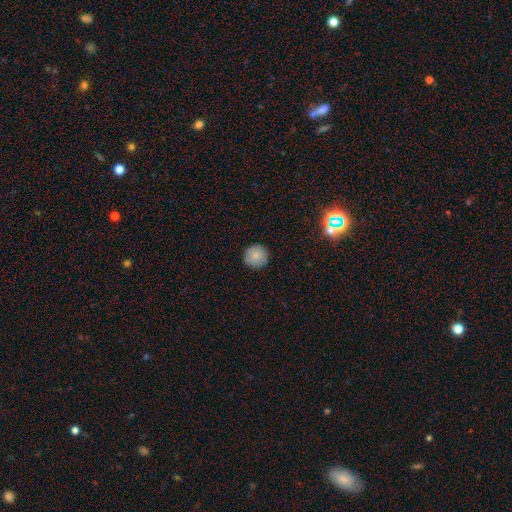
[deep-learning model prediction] Smooth or featured?
  - smooth: 85% *
  - star or artifact: 8%
  - featured or disk: 7%
How rounded?
  - round: 95% *
  - in between: 4%
  - cigar-shaped: 1%
Merging?
  - none: 90% *
  - minor disturbance: 7%
  - major disturbance: 2%
  - merger: 1%